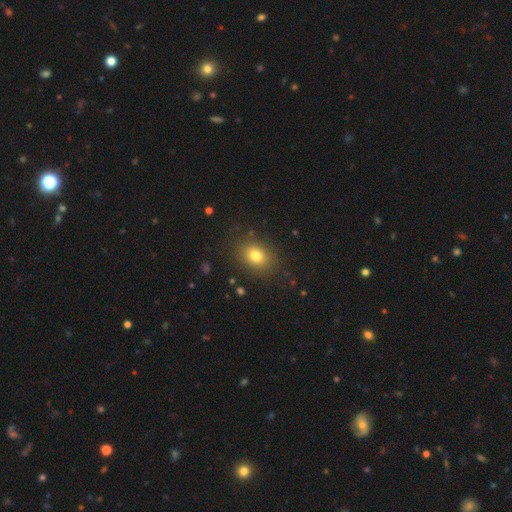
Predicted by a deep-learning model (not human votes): smooth-or-featured: smooth: 78% | star or artifact: 12% | featured or disk: 10%
  how-rounded: in between: 58% | round: 41% | cigar-shaped: 1%
  merging: none: 85% | minor disturbance: 10% | major disturbance: 4% | merger: 1%